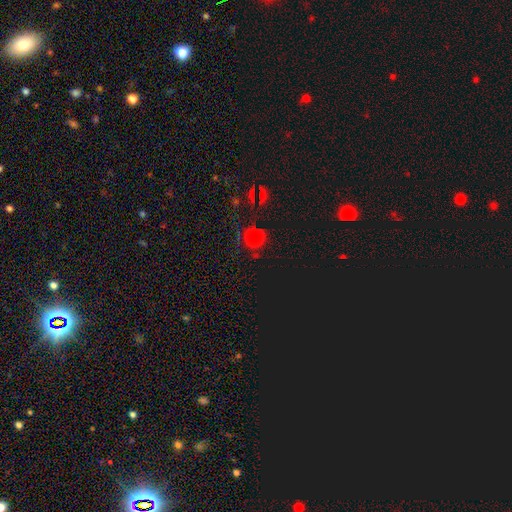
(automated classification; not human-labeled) Morphology: type=smooth (63%); roundness=round (90%); merging=none (81%).